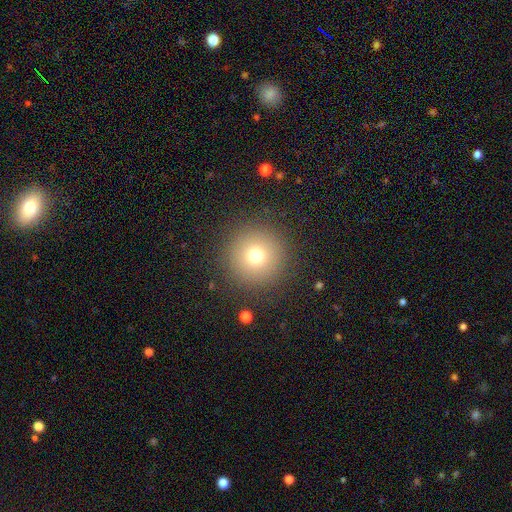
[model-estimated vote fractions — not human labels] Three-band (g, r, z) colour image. It shows a smooth galaxy with no disk features (73%) that is round (97%). Merging: none (90%).